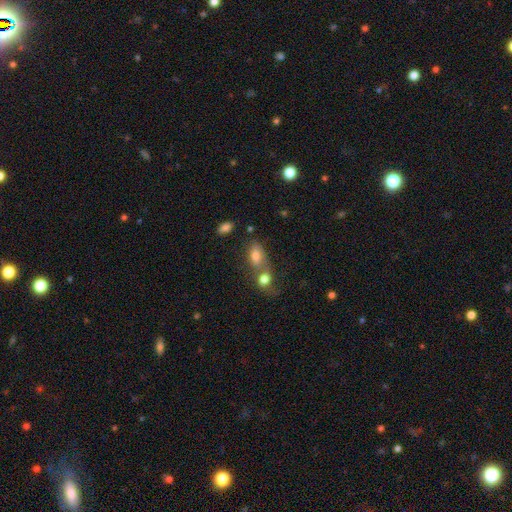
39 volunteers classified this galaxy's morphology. Q: Smooth or featured?
A: smooth (87%); runner-up: featured or disk (8%)
Q: How rounded?
A: in between (71%); runner-up: cigar-shaped (18%)
Q: Merging?
A: merger (49%); runner-up: none (24%)